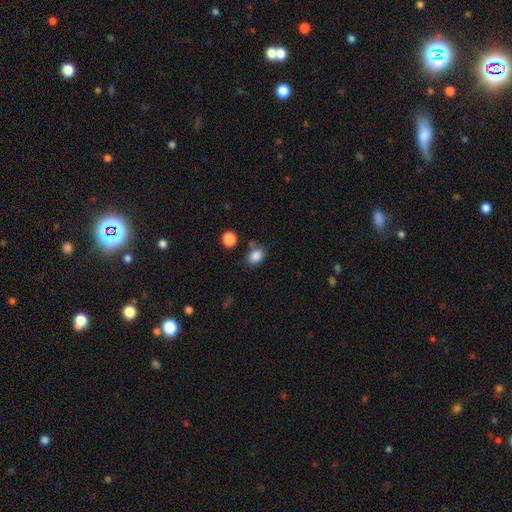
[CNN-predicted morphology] A smooth galaxy with no disk features (86%) that is in between round and cigar-shaped (64%).

Vote fractions:
- Smooth or featured? smooth: 86% / star or artifact: 10% / featured or disk: 4%
- How rounded? in between: 64% / round: 35% / cigar-shaped: 1%
- Merging? none: 71% / minor disturbance: 15% / merger: 10% / major disturbance: 4%